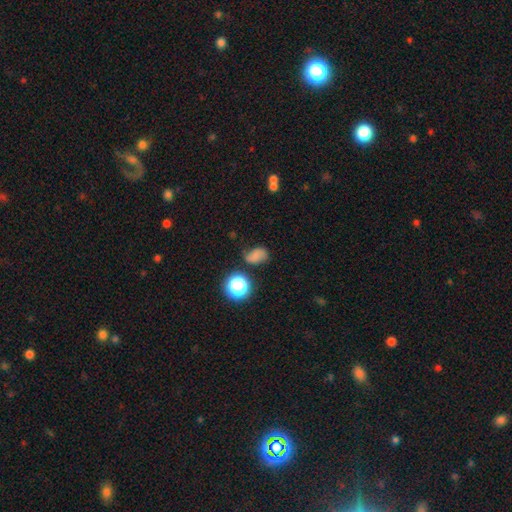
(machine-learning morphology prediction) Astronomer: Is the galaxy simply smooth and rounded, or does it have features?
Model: smooth — 63%.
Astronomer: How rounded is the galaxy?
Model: in between — 71%.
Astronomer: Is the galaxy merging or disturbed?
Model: none — 58%.